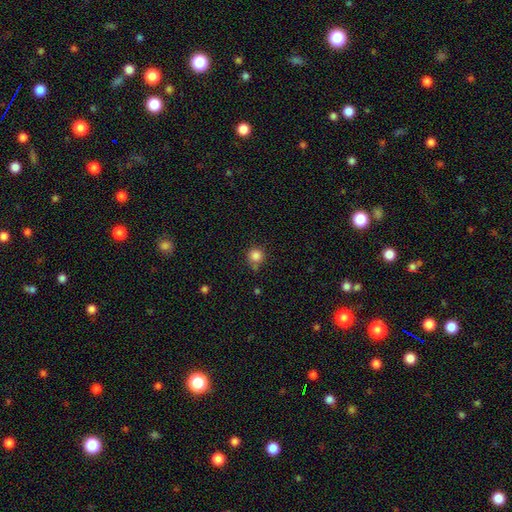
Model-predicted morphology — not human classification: Overall: smooth (84%). How rounded: round (93%). Merging: none (71%).